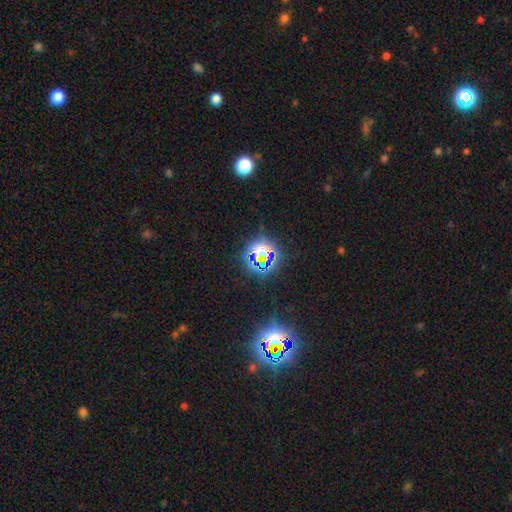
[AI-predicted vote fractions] Smooth or featured? star or artifact (76%)